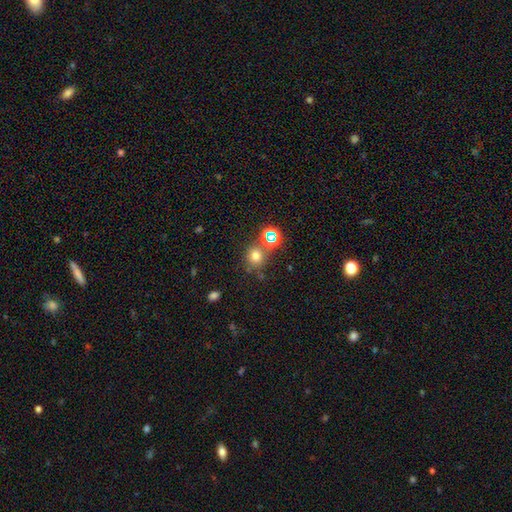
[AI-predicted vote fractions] smooth 69%, star or artifact 23%, featured or disk 8%. Down the decision tree: how rounded — round (85%); merging — none (69%).